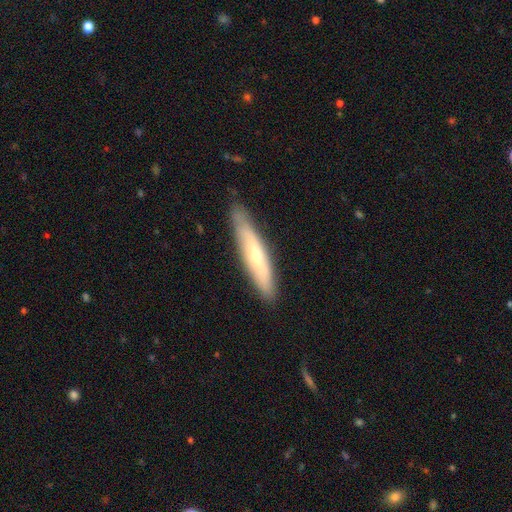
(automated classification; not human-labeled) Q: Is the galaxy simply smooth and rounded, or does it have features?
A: smooth — 48%.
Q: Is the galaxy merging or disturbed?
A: none — 82%.